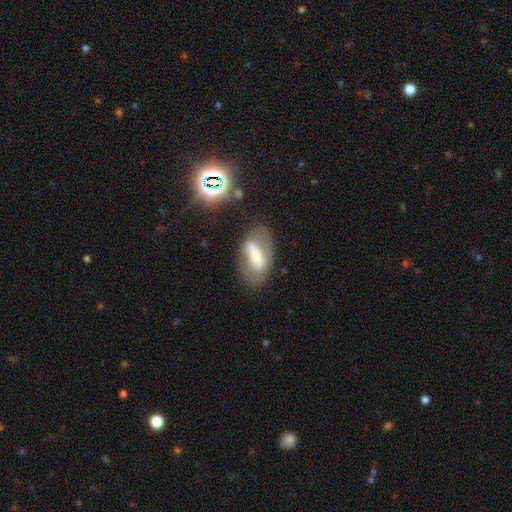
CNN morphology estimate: This appears to be a featured or disk galaxy (53%). Merging: none (61%).